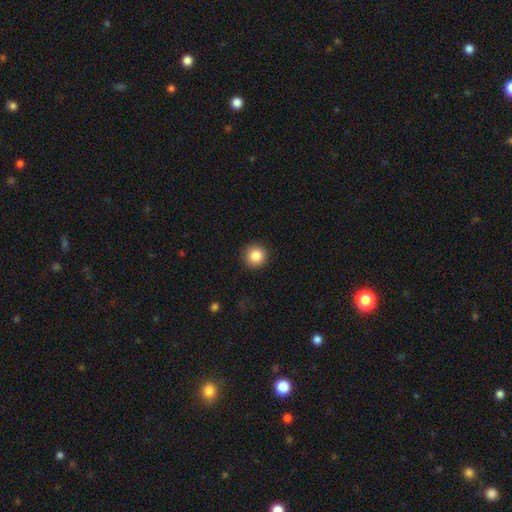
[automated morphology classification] Smooth or featured? smooth (85%)
How rounded? round (95%)
Merging? none (92%)